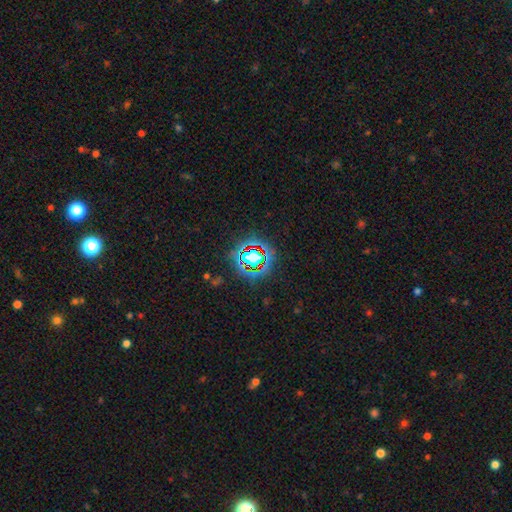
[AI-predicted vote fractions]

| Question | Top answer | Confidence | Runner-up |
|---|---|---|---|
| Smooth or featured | star or artifact | 68% | smooth (20%) |